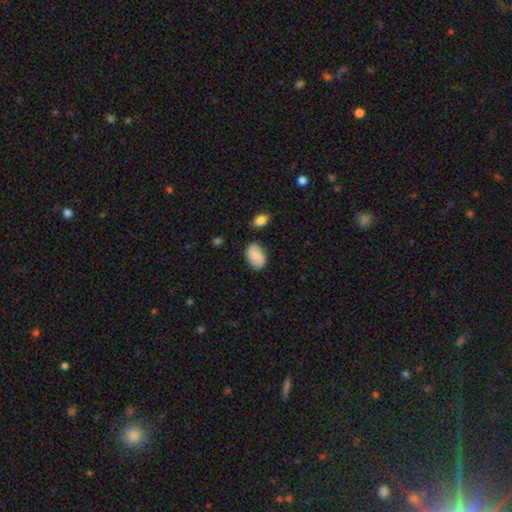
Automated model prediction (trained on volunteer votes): A smooth galaxy with no disk features (73%) that is in between round and cigar-shaped (90%). Merging: none (81%).